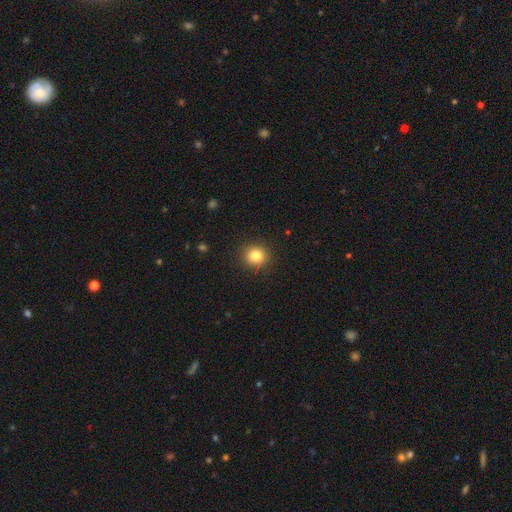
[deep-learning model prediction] Smooth or featured?
  - smooth: 82% *
  - star or artifact: 12%
  - featured or disk: 6%
How rounded?
  - round: 90% *
  - in between: 9%
  - cigar-shaped: 1%
Merging?
  - none: 89% *
  - minor disturbance: 8%
  - major disturbance: 2%
  - merger: 1%